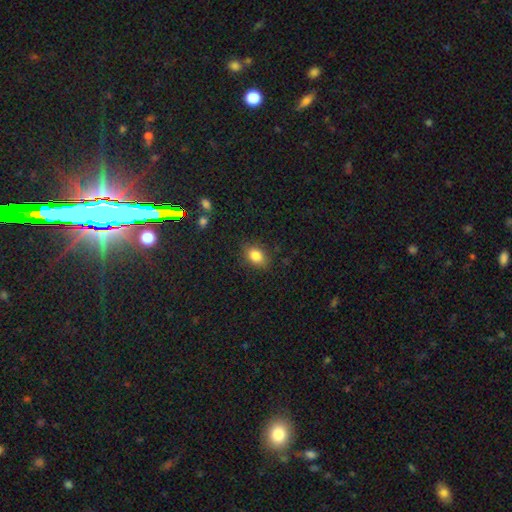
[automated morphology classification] smooth-or-featured: smooth: 84% | star or artifact: 10% | featured or disk: 7%
  how-rounded: in between: 75% | round: 24% | cigar-shaped: 2%
  merging: none: 84% | minor disturbance: 12% | major disturbance: 3% | merger: 1%